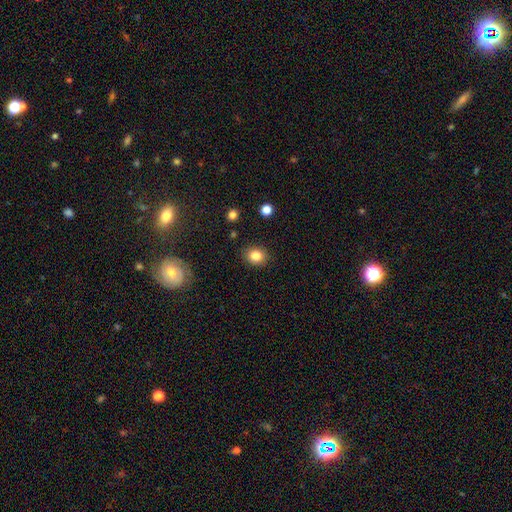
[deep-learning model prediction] This appears to be a smooth galaxy with no disk features (84%) that is round (63%). Merging: none (88%).